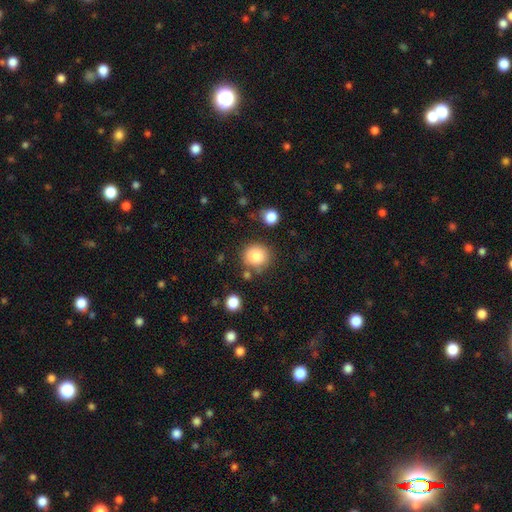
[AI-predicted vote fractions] smooth-or-featured: smooth: 85% | star or artifact: 9% | featured or disk: 6%
  how-rounded: round: 89% | in between: 10% | cigar-shaped: 1%
  merging: none: 78% | minor disturbance: 11% | merger: 7% | major disturbance: 4%